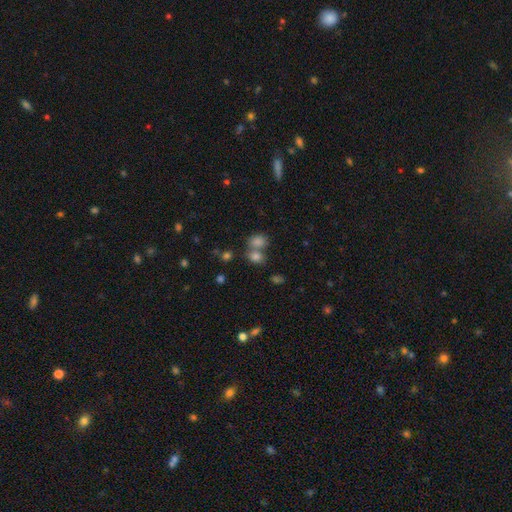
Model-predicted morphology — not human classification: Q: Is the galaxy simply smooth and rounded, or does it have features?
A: smooth — 76%.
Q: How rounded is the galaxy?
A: in between — 59%.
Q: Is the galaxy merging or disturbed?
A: none — 45%.